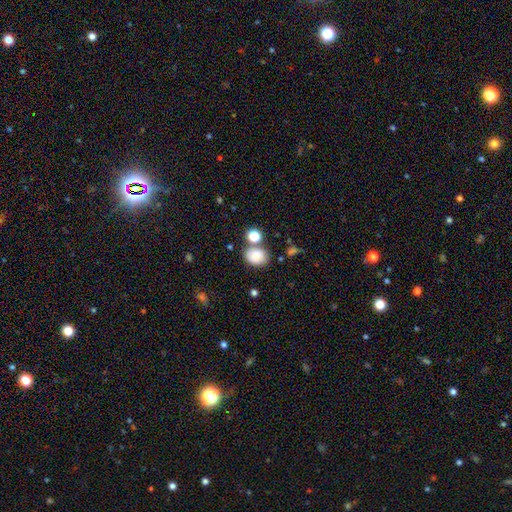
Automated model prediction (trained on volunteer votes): Smooth or featured?
  - smooth: 81% *
  - star or artifact: 10%
  - featured or disk: 8%
How rounded?
  - in between: 56% *
  - round: 43%
  - cigar-shaped: 1%
Merging?
  - none: 62% *
  - merger: 19%
  - minor disturbance: 14%
  - major disturbance: 5%